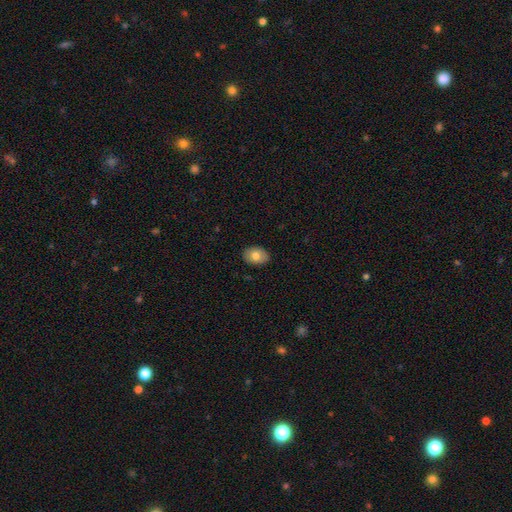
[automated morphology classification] smooth_or_featured: smooth (p=0.76) [alt: featured or disk p=0.17]
how_rounded: in between (p=0.81) [alt: round p=0.18]
merging: none (p=0.88) [alt: minor disturbance p=0.09]